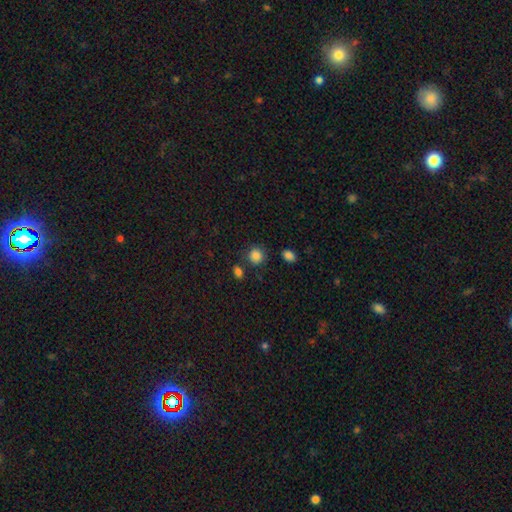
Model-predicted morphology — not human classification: smooth-or-featured: smooth: 86% | star or artifact: 11% | featured or disk: 4%
  how-rounded: round: 85% | in between: 14% | cigar-shaped: 1%
  merging: none: 78% | minor disturbance: 11% | merger: 7% | major disturbance: 4%